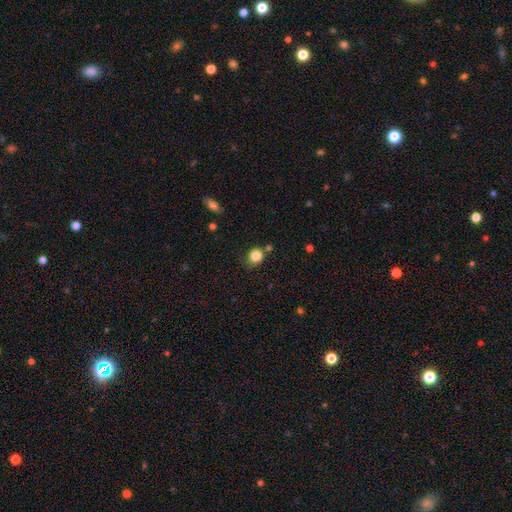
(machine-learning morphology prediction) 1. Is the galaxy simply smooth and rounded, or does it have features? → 84% smooth, 10% star or artifact, 6% featured or disk.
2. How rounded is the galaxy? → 77% round, 22% in between, 1% cigar-shaped.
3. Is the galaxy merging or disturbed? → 69% none, 18% minor disturbance, 9% merger, 5% major disturbance.